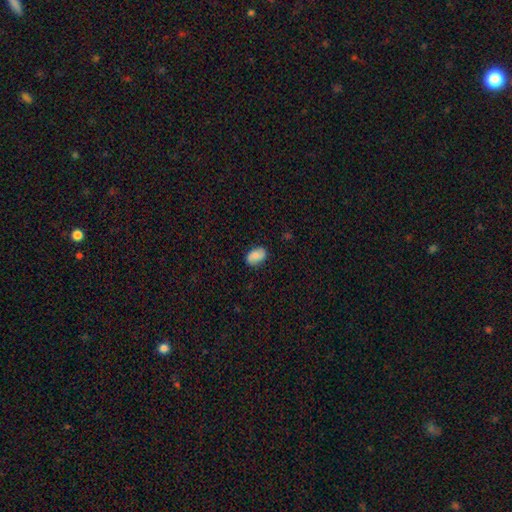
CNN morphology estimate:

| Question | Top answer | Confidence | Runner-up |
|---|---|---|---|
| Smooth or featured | smooth | 74% | featured or disk (19%) |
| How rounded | in between | 88% | round (11%) |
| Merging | none | 81% | minor disturbance (15%) |